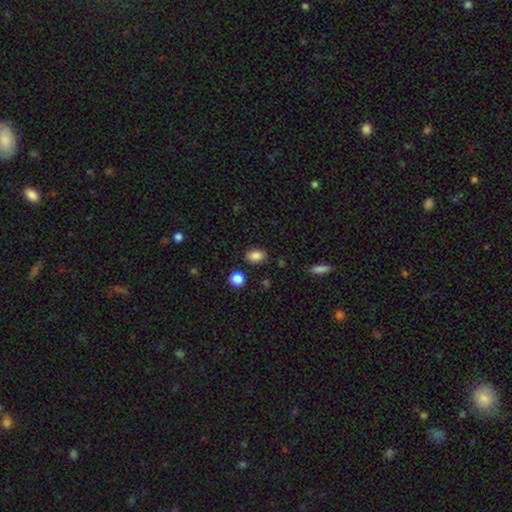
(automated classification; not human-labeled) smooth-or-featured: smooth: 85% | star or artifact: 10% | featured or disk: 5%
  how-rounded: in between: 77% | round: 21% | cigar-shaped: 1%
  merging: none: 84% | minor disturbance: 11% | major disturbance: 3% | merger: 3%